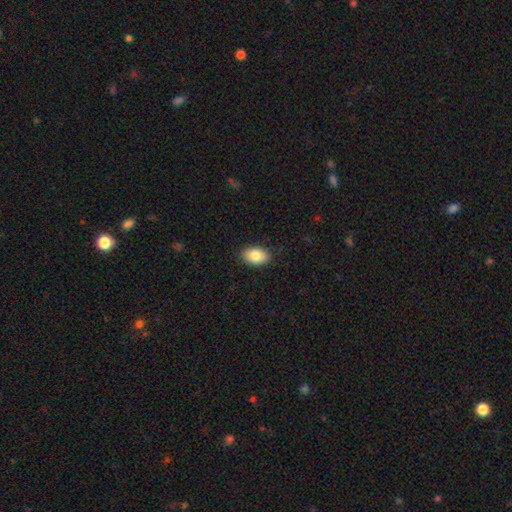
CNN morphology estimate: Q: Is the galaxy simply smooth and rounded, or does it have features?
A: smooth — 84%.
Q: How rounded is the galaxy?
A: in between — 91%.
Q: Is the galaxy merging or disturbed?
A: none — 89%.